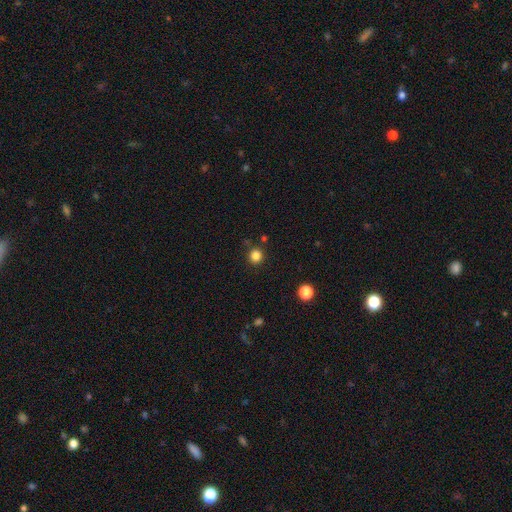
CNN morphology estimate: Smooth or featured: smooth — 84% (star or artifact — 13%)
How rounded: round — 92% (in between — 7%)
Merging: none — 87% (minor disturbance — 7%)